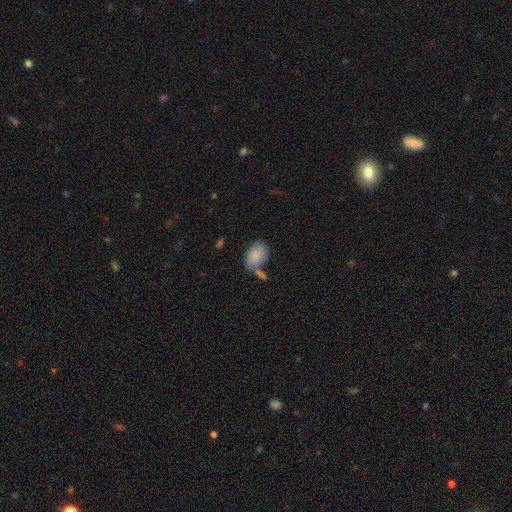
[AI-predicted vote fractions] Smooth or featured: smooth — 84% (featured or disk — 9%)
How rounded: in between — 85% (round — 13%)
Merging: none — 48% (merger — 22%)